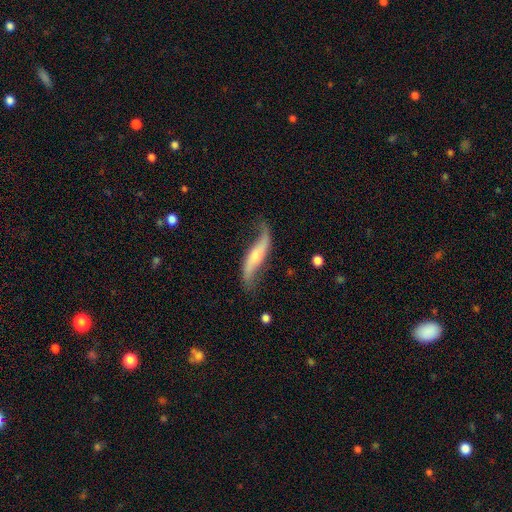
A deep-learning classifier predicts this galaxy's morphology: Smooth or featured? Predicted: featured or disk (p=0.78). Edge-on disk? Predicted: no (p=0.74). Bar? Predicted: no (p=0.50). Spiral arms? Predicted: yes (p=0.92). Spiral winding? Predicted: loose (p=0.92). Spiral arm count? Predicted: 2 (p=0.90). Bulge size? Predicted: small (p=0.49). Merging? Predicted: none (p=0.62).